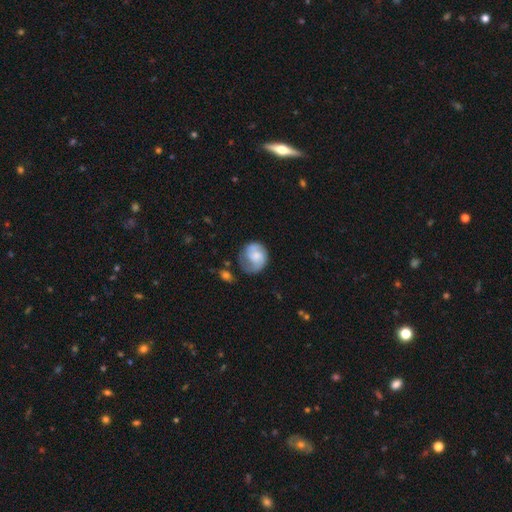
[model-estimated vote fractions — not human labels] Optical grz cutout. It shows a featured or disk galaxy (50%). Merging: none (54%).